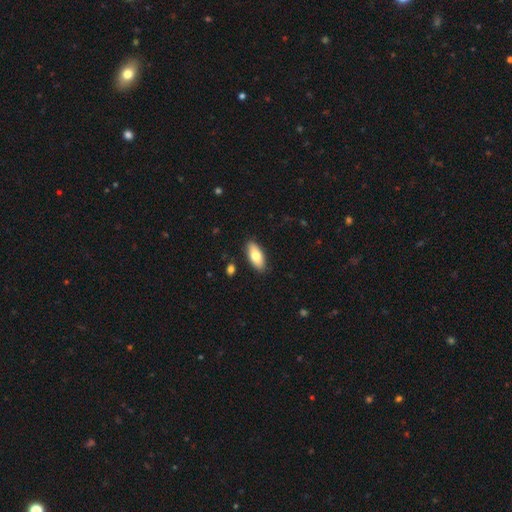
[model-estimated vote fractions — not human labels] A smooth galaxy with no disk features (76%) that is in between round and cigar-shaped (85%). Merging: none (88%).